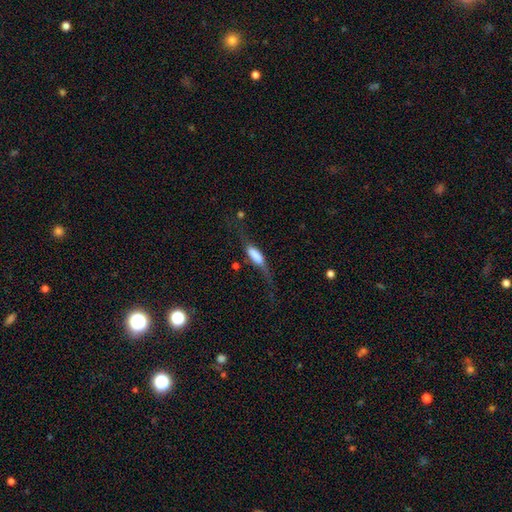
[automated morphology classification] smooth-or-featured: smooth: 51% | featured or disk: 41% | star or artifact: 8%
  how-rounded: in between: 49% | cigar-shaped: 47% | round: 4%
  merging: major disturbance: 38% | none: 34% | minor disturbance: 23% | merger: 5%